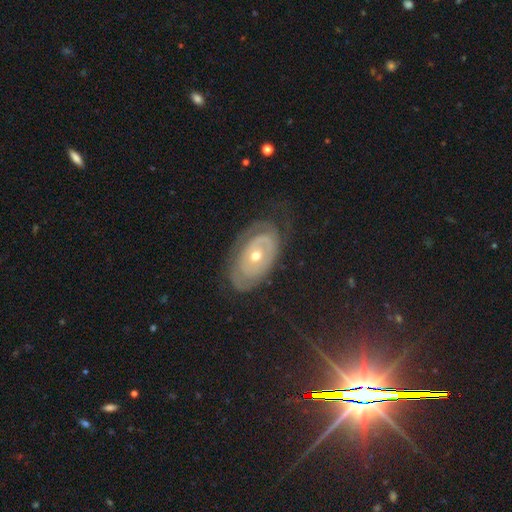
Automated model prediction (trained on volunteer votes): featured or disk 75%, smooth 17%, star or artifact 7%. Down the decision tree: edge-on disk — no (93%); bar — no (86%); spiral arms — yes (63%); bulge size — moderate (55%); merging — none (67%).